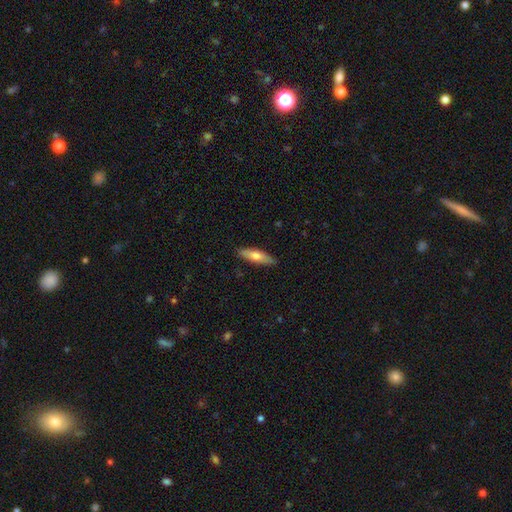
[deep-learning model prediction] A smooth galaxy with no disk features (65%) that is cigar-shaped (60%). Merging: none (88%).